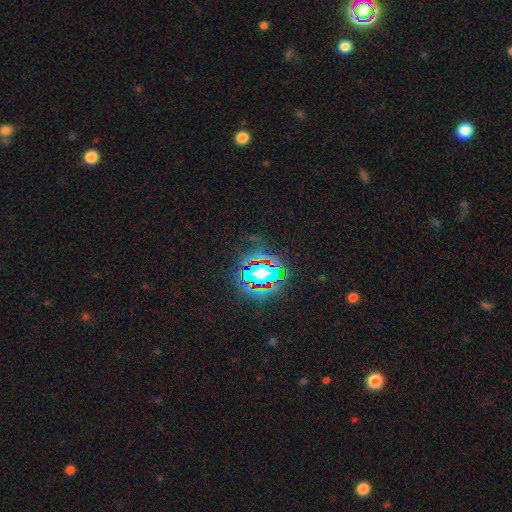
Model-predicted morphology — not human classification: A star or artifact, not a galaxy (82%).